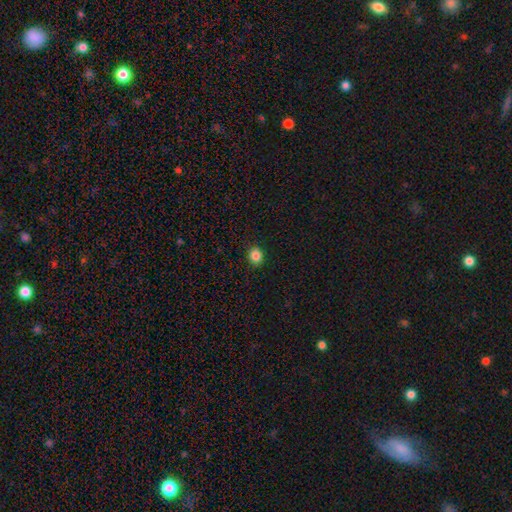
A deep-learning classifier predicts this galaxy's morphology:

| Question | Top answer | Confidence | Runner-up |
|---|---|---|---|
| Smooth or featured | smooth | 85% | star or artifact (11%) |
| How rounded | round | 76% | in between (23%) |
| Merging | none | 90% | minor disturbance (7%) |